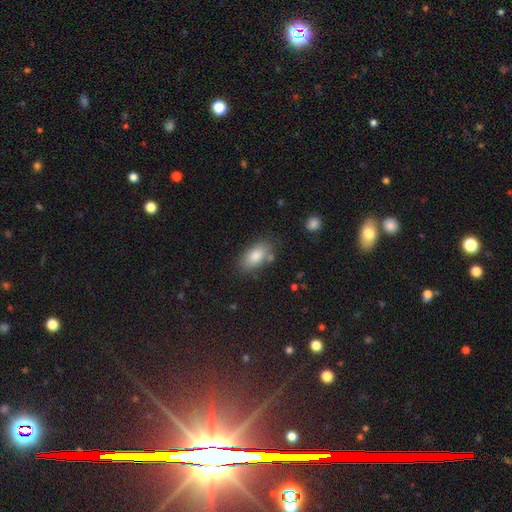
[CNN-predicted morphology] type=smooth (83%); roundness=in between (90%); merging=none (75%).